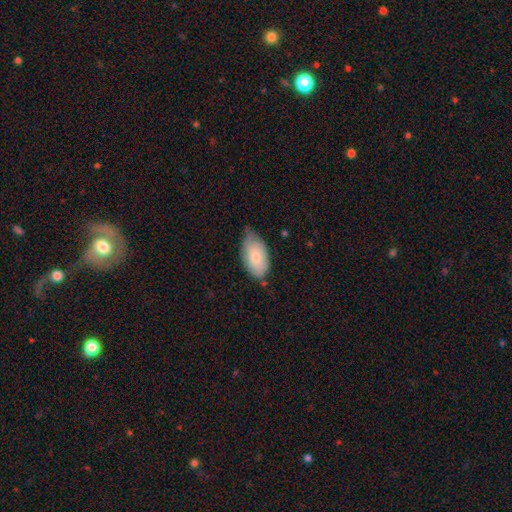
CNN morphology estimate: Smooth or featured?
  - smooth: 76% *
  - featured or disk: 18%
  - star or artifact: 6%
How rounded?
  - in between: 94% *
  - round: 4%
  - cigar-shaped: 2%
Merging?
  - none: 51% *
  - minor disturbance: 39%
  - major disturbance: 6%
  - merger: 3%